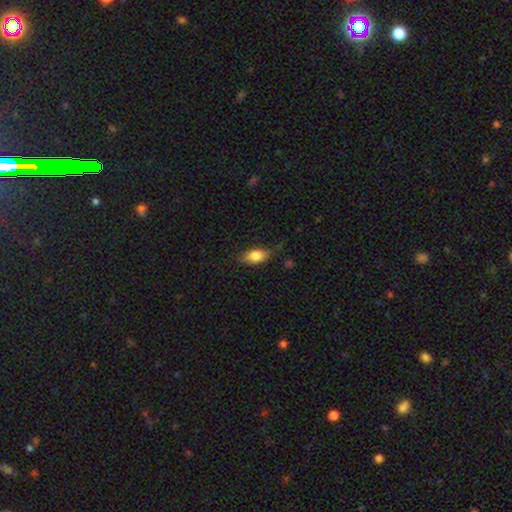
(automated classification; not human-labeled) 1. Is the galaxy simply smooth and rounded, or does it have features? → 81% smooth, 12% featured or disk, 7% star or artifact.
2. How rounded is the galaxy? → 88% in between, 6% round, 6% cigar-shaped.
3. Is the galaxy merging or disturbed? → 64% none, 24% minor disturbance, 9% major disturbance, 2% merger.